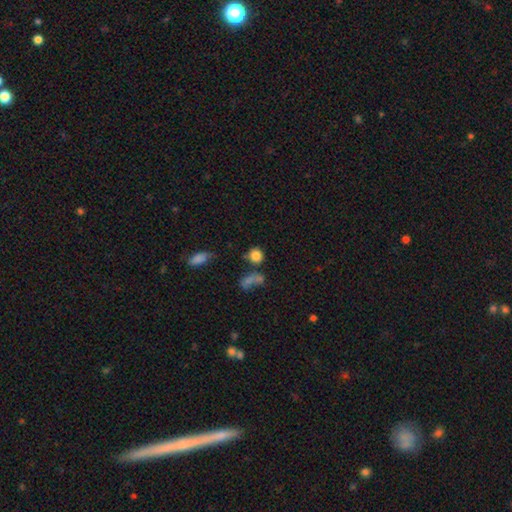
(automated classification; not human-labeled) The model was most divided on "merging": none: 62%, merger: 19%, minor disturbance: 12%, major disturbance: 7%. More confident: how rounded — round (83%); smooth or featured — smooth (81%).